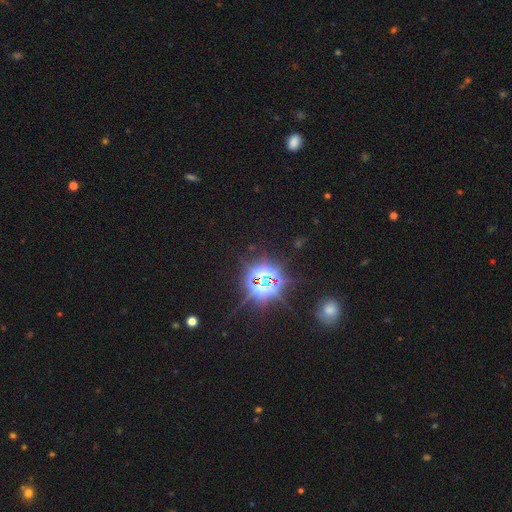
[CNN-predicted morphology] A star or artifact, not a galaxy (77%).

Vote fractions:
- Smooth or featured? star or artifact: 77% / smooth: 18% / featured or disk: 5%